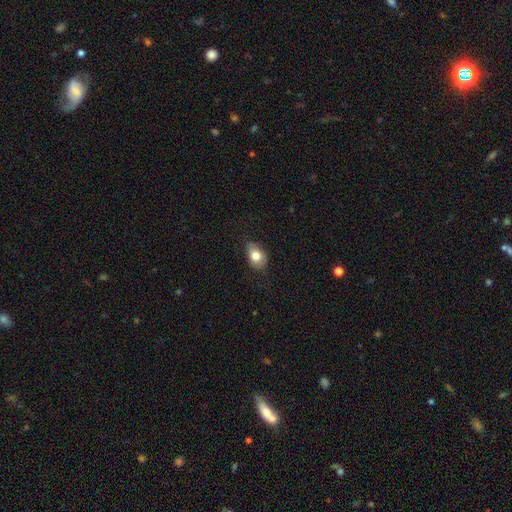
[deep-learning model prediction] Smooth or featured? Predicted: smooth (p=0.78). How rounded? Predicted: in between (p=0.73). Merging? Predicted: none (p=0.68).